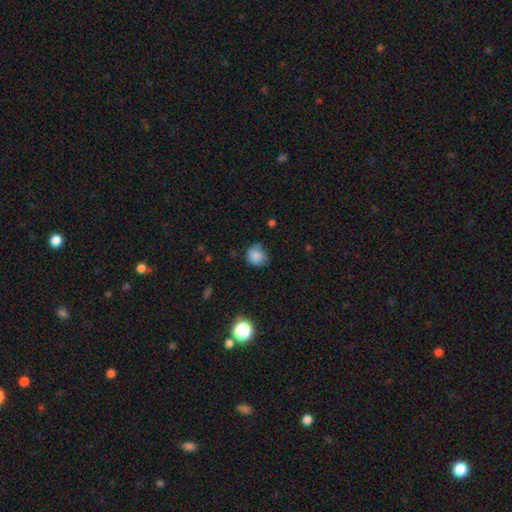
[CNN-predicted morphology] Smooth or featured? smooth (83%)
How rounded? round (74%)
Merging? none (56%)